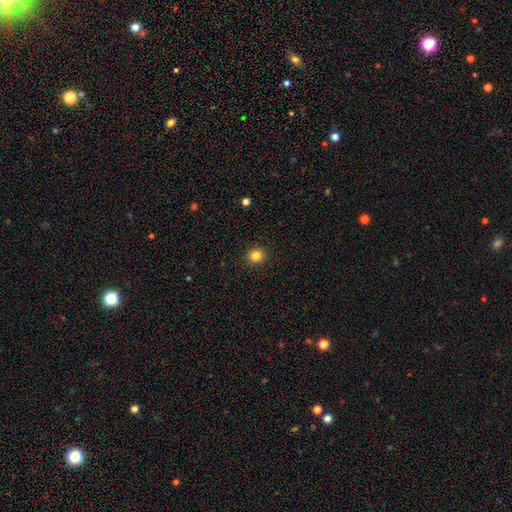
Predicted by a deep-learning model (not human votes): Overall: smooth (83%). How rounded: round (91%). Merging: none (92%).